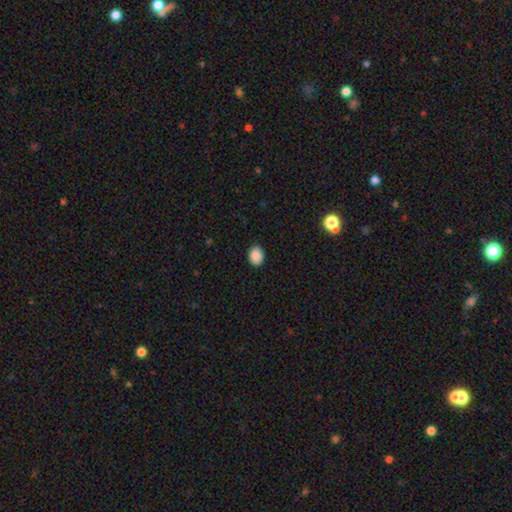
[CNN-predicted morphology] Smooth or featured? smooth (89%)
How rounded? in between (64%)
Merging? none (88%)